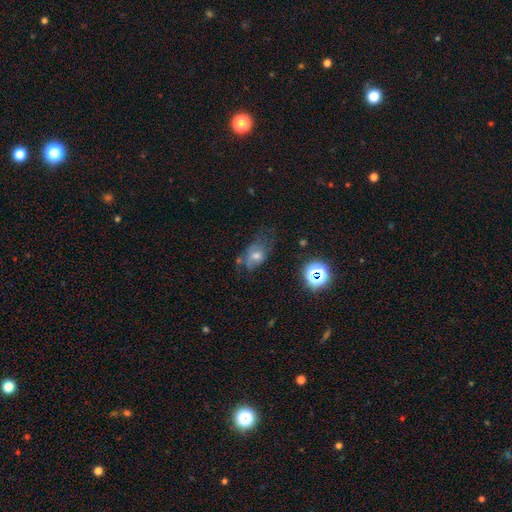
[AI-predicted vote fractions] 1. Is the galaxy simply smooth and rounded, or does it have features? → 55% smooth, 27% featured or disk, 18% star or artifact.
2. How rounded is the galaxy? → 75% in between, 23% round, 2% cigar-shaped.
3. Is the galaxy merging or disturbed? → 39% none, 31% minor disturbance, 23% major disturbance, 7% merger.